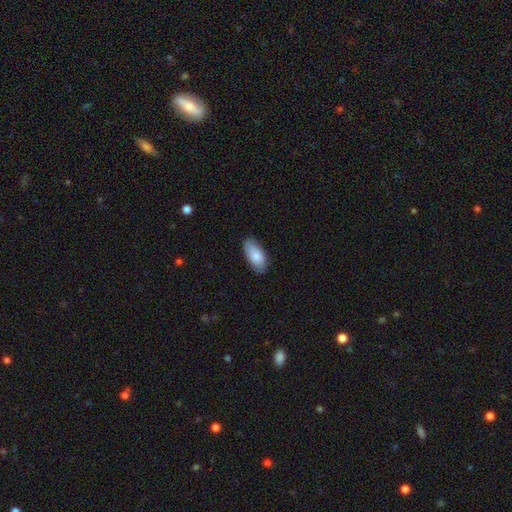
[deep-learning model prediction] This appears to be a smooth galaxy with no disk features (85%) that is in between round and cigar-shaped (93%). Merging: none (82%).